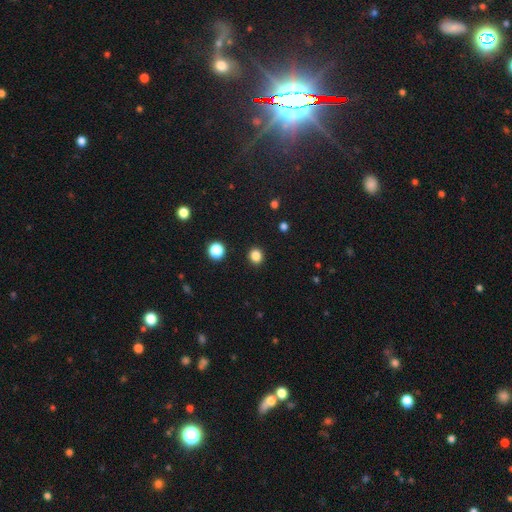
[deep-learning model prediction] A smooth galaxy with no disk features (85%) that is round (83%). Merging: none (92%).